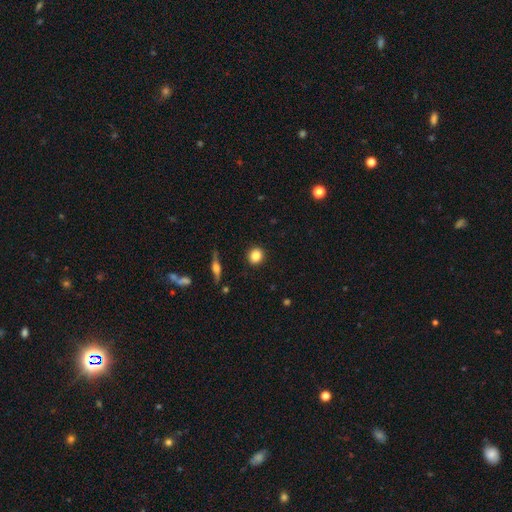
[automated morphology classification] smooth-or-featured: smooth: 84% | star or artifact: 9% | featured or disk: 7%
  how-rounded: round: 84% | in between: 14% | cigar-shaped: 2%
  merging: none: 91% | minor disturbance: 6% | major disturbance: 2% | merger: 1%